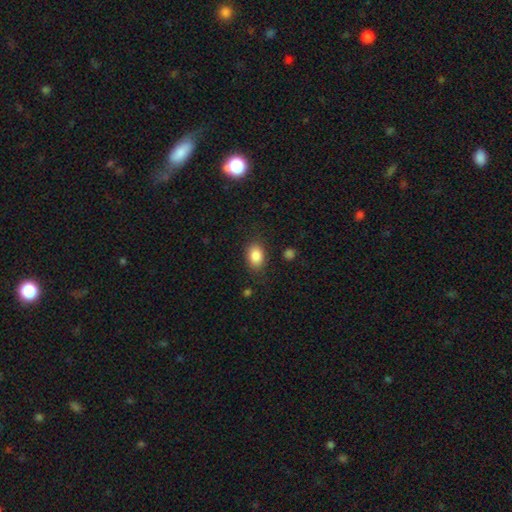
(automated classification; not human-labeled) Morphology: type=smooth (86%); roundness=in between (79%); merging=none (81%).